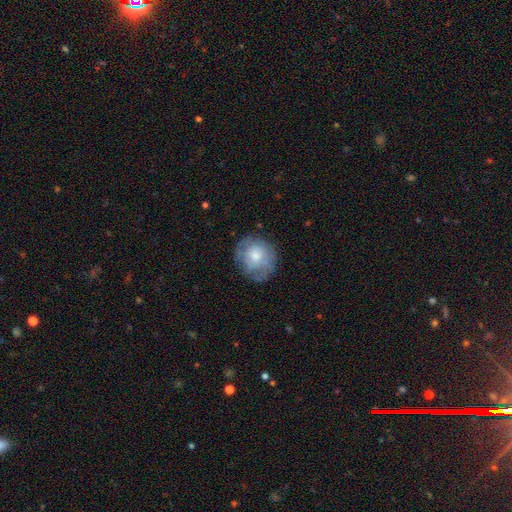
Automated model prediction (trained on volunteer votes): Smooth or featured: smooth — 61% (featured or disk — 31%)
How rounded: round — 80% (in between — 20%)
Merging: none — 68% (minor disturbance — 21%)